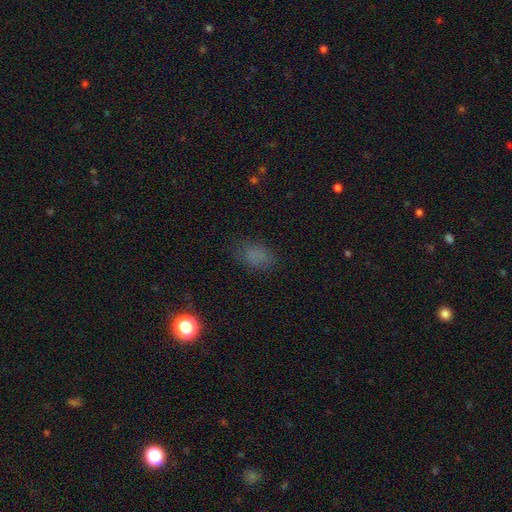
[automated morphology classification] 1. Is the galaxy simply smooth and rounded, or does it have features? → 74% smooth, 18% star or artifact, 8% featured or disk.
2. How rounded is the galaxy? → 85% in between, 14% round, 2% cigar-shaped.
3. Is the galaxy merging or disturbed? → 73% none, 18% minor disturbance, 7% major disturbance, 2% merger.